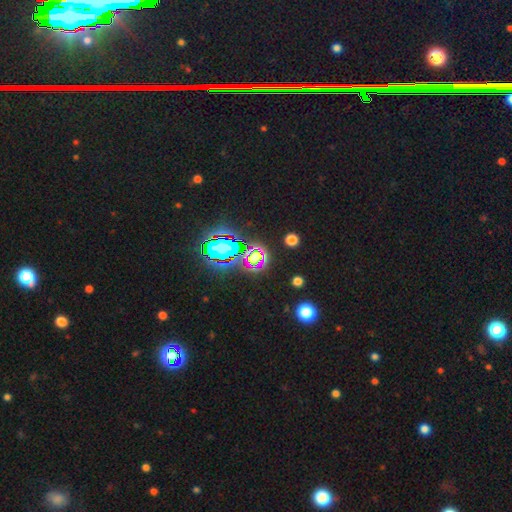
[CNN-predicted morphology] star or artifact 69%, smooth 19%, featured or disk 12%.